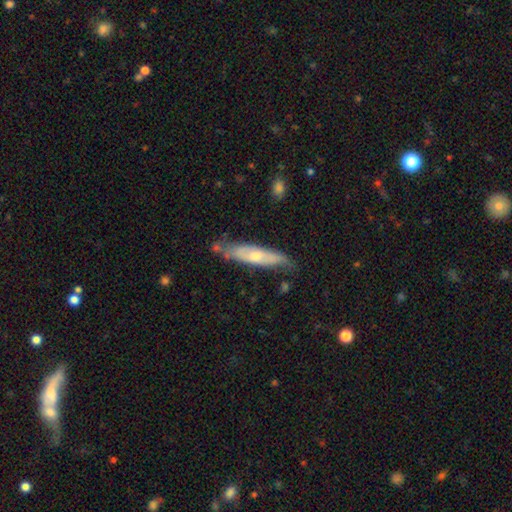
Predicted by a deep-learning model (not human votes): A smooth galaxy with no disk features (47%, tied with featured or disk). Merging: none (67%).